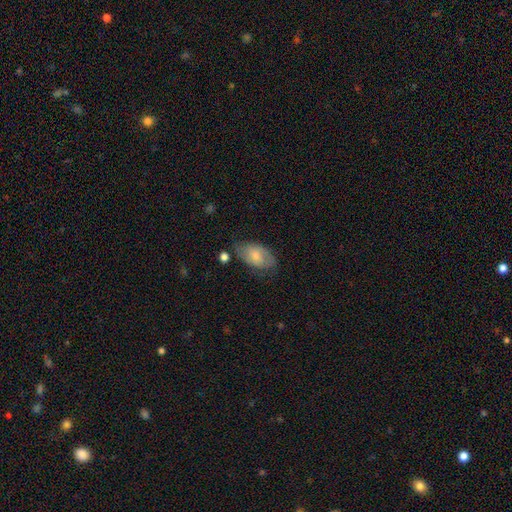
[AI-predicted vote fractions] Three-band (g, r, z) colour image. It shows a smooth galaxy with no disk features (64%) that is in between round and cigar-shaped (93%). Merging: none (63%).